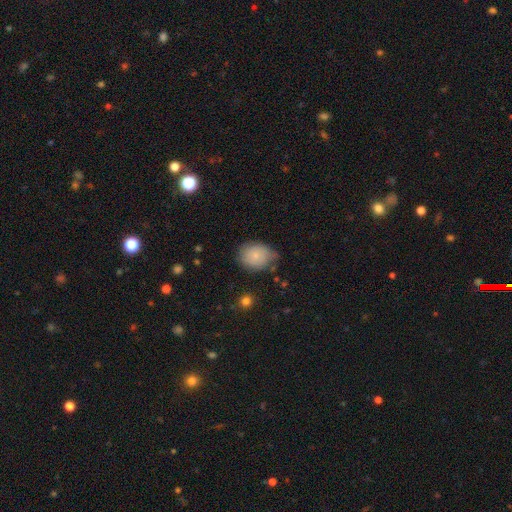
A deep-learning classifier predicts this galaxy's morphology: Smooth or featured: smooth — 78% (featured or disk — 14%)
How rounded: round — 54% (in between — 45%)
Merging: none — 62% (minor disturbance — 29%)